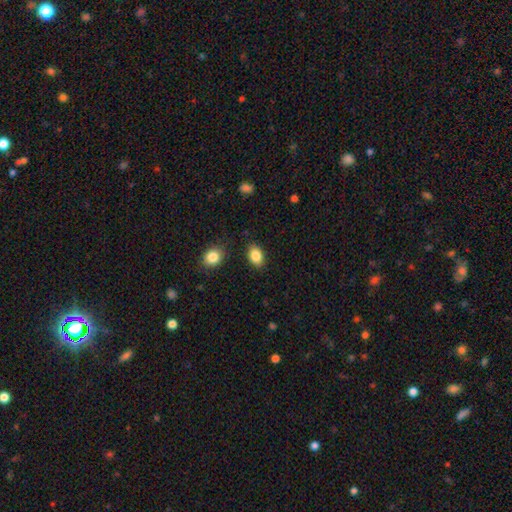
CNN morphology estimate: smooth_or_featured: smooth (p=0.86) [alt: star or artifact p=0.08]
how_rounded: in between (p=0.83) [alt: round p=0.15]
merging: none (p=0.85) [alt: minor disturbance p=0.10]